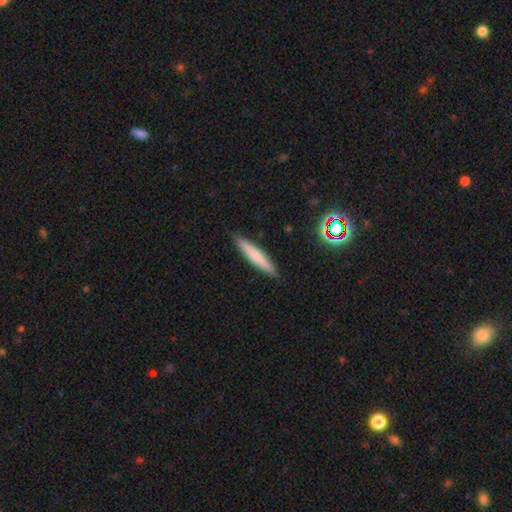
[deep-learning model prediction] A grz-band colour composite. It shows a smooth galaxy with no disk features (69%) that is cigar-shaped (93%). Merging: none (90%).